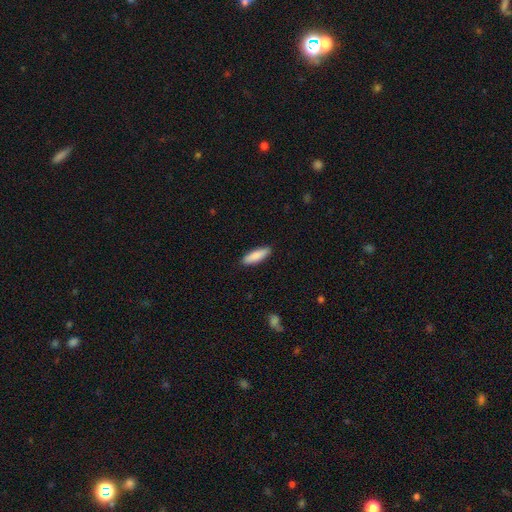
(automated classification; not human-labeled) This appears to be a smooth galaxy with no disk features (86%) that is cigar-shaped (55%). Merging: none (89%).